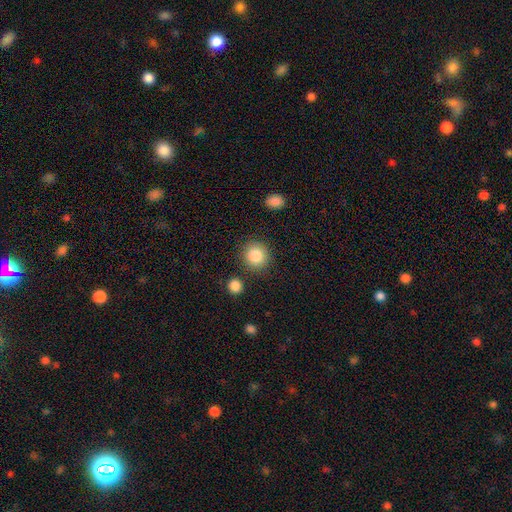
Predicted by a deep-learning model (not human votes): Overall: smooth (86%). How rounded: round (91%). Merging: none (85%).